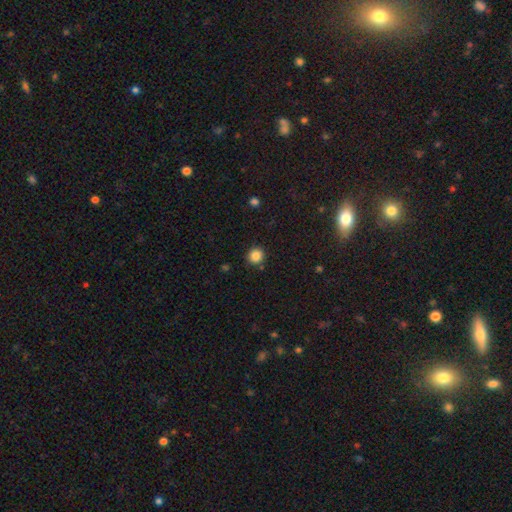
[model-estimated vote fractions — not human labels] Smooth or featured? smooth (85%)
How rounded? round (92%)
Merging? none (89%)